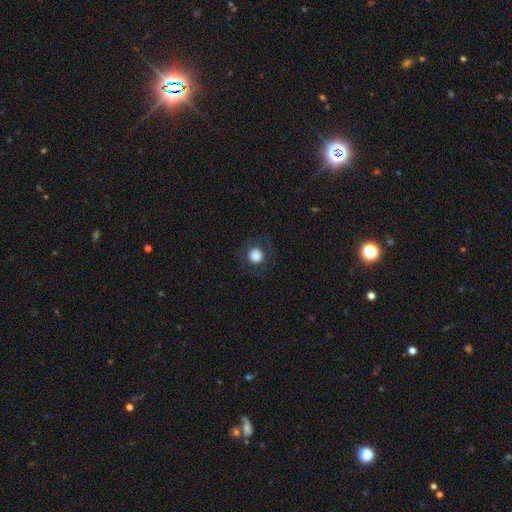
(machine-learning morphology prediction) Smooth or featured? smooth (80%)
How rounded? round (92%)
Merging? none (85%)